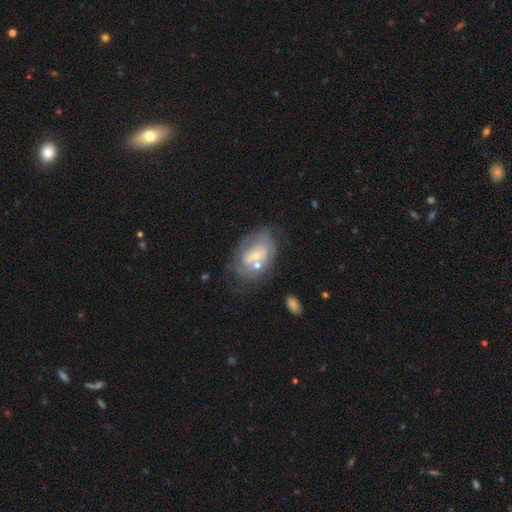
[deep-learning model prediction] Q: Smooth or featured?
A: featured or disk (69%); runner-up: smooth (24%)
Q: Edge-on disk?
A: no (96%); runner-up: yes (4%)
Q: Bar?
A: no (51%); runner-up: weak (37%)
Q: Spiral arms?
A: yes (61%); runner-up: no (39%)
Q: Bulge size?
A: small (59%); runner-up: moderate (34%)
Q: Merging?
A: none (44%); runner-up: minor disturbance (22%)